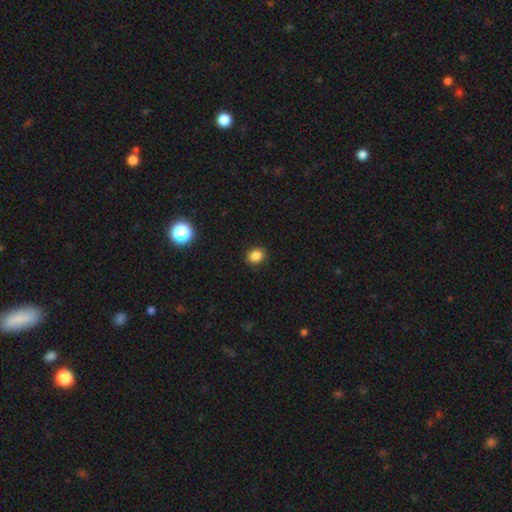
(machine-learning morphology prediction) This is clearly a smooth galaxy (85%). How rounded: possibly round (58%). Merging: clearly none (91%).